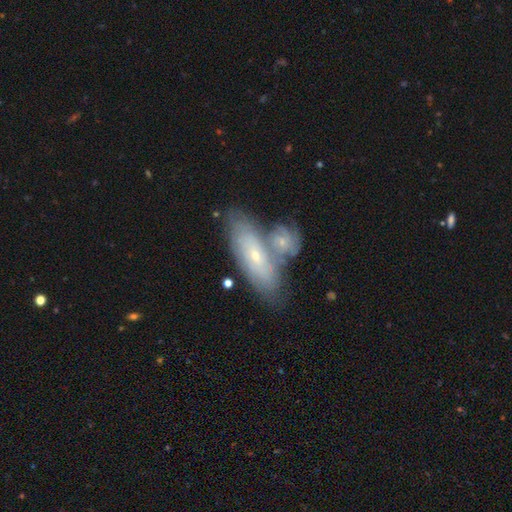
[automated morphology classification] The model was most divided on "merging": none: 45%, merger: 40%, minor disturbance: 12%, major disturbance: 4%. More confident: edge-on disk — no (76%); smooth or featured — featured or disk (54%).